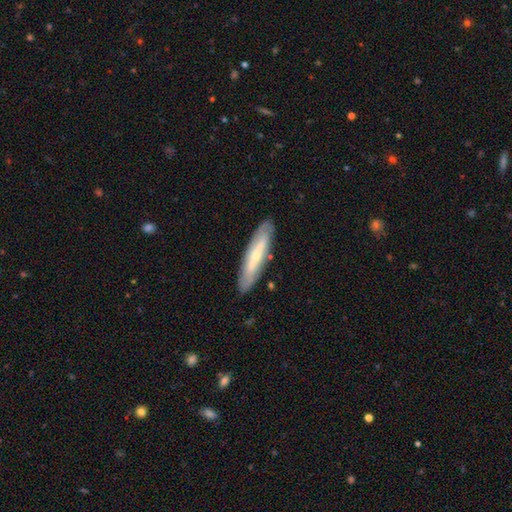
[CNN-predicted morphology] featured or disk 54%, smooth 39%, star or artifact 6%. Down the decision tree: edge-on disk — yes (52%); merging — none (86%).